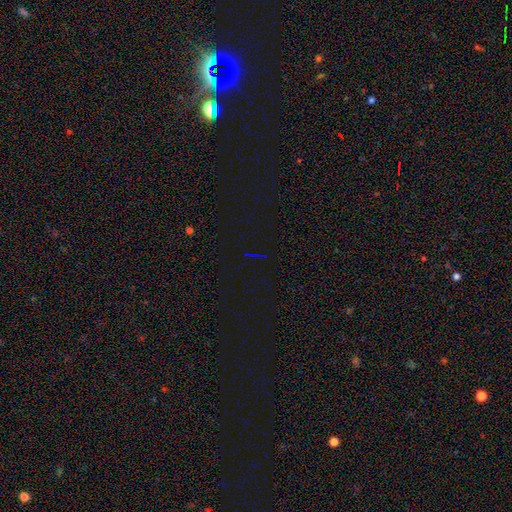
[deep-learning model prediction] Morphology: type=star or artifact (75%).